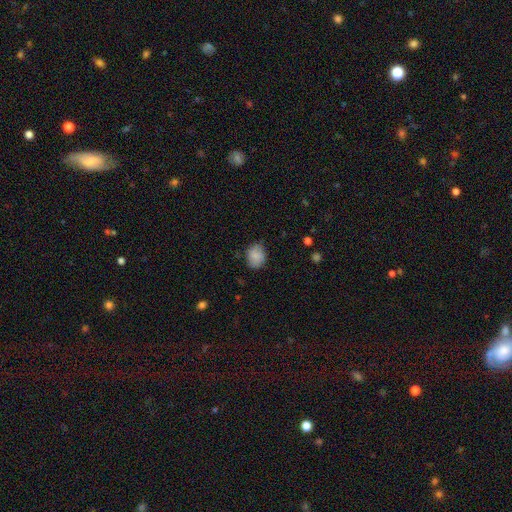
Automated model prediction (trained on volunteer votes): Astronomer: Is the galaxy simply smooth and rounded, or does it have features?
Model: smooth — 84%.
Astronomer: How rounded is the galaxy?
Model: in between — 53% (runner-up: round, 46%).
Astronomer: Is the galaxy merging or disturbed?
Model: none — 72%.